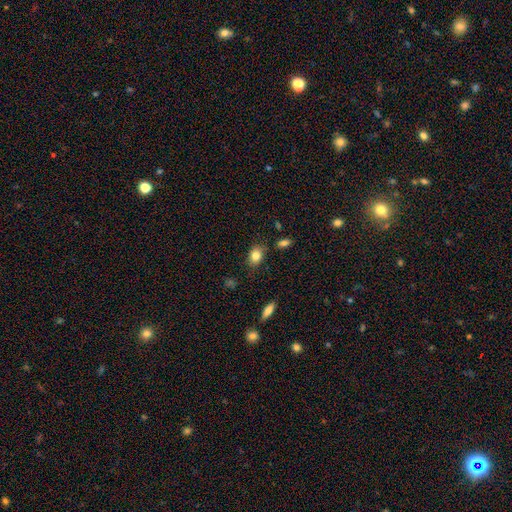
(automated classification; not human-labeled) Smooth or featured?
  - smooth: 83% *
  - star or artifact: 9%
  - featured or disk: 8%
How rounded?
  - in between: 70% *
  - round: 28%
  - cigar-shaped: 2%
Merging?
  - none: 81% *
  - minor disturbance: 13%
  - major disturbance: 3%
  - merger: 3%